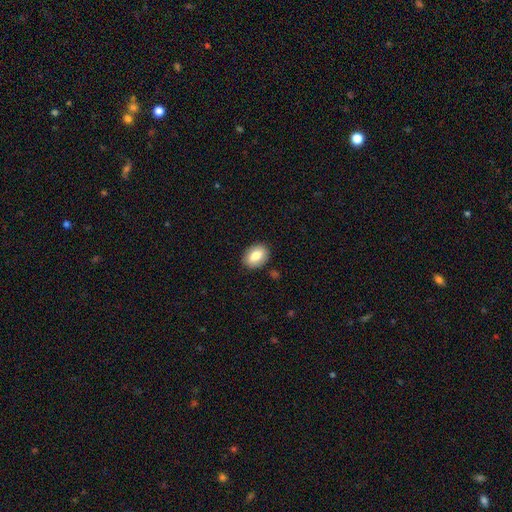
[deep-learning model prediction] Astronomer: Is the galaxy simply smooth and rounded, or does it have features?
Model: smooth — 81%.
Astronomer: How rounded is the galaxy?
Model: in between — 82%.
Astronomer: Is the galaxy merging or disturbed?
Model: none — 87%.